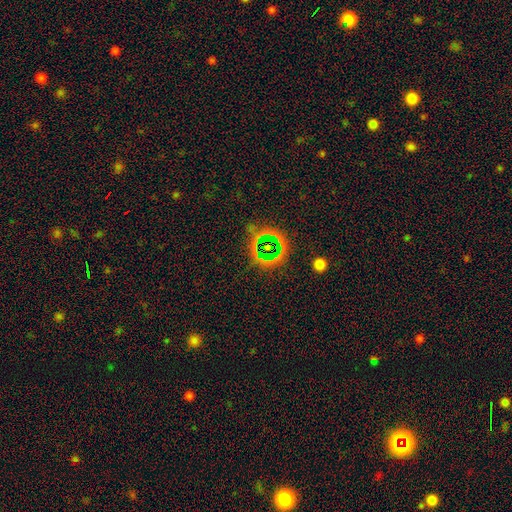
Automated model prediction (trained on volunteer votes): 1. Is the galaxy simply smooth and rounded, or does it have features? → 72% star or artifact, 17% smooth, 11% featured or disk.